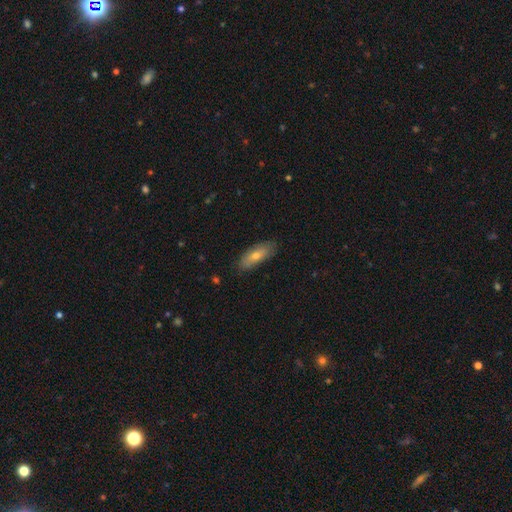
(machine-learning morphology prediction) Q: Smooth or featured?
A: smooth (61%); runner-up: featured or disk (31%)
Q: How rounded?
A: in between (64%); runner-up: cigar-shaped (34%)
Q: Merging?
A: none (83%); runner-up: minor disturbance (14%)